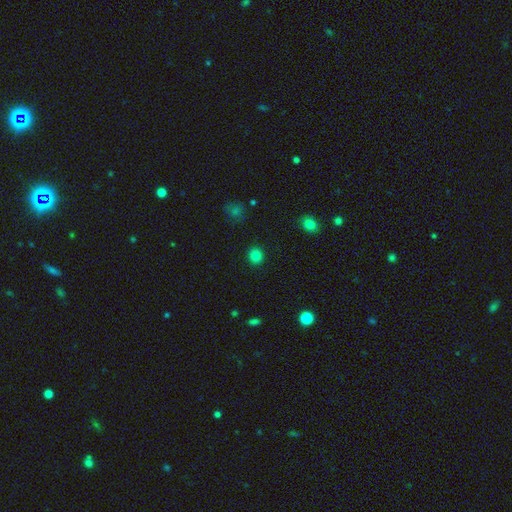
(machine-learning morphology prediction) This is clearly a smooth galaxy (83%). How rounded: clearly round (84%). Merging: clearly none (91%).